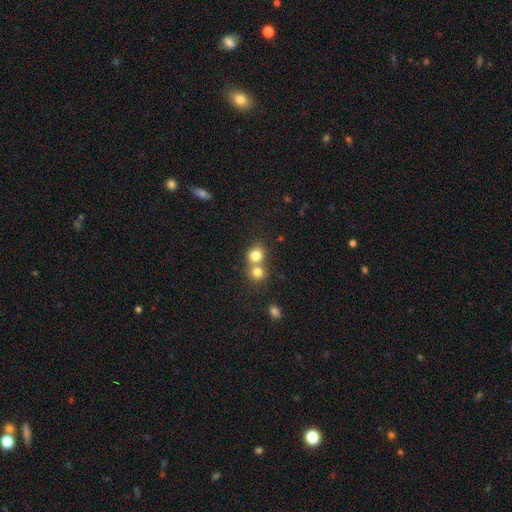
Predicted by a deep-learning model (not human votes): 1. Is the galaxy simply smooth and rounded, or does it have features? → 79% smooth, 12% star or artifact, 9% featured or disk.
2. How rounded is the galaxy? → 80% round, 19% in between, 1% cigar-shaped.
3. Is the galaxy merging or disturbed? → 52% merger, 40% none, 6% minor disturbance, 2% major disturbance.